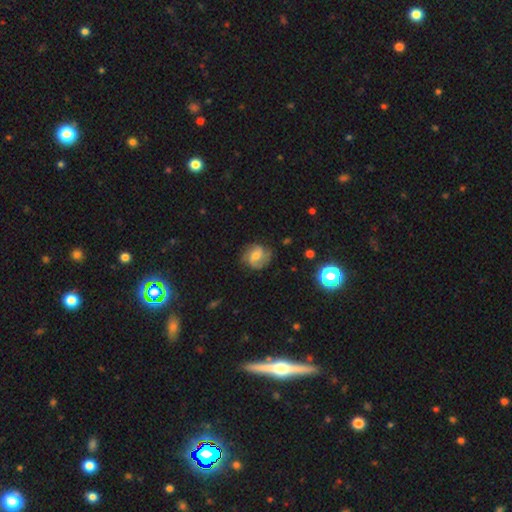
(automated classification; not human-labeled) Smooth or featured? featured or disk (65%)
Edge-on disk? no (97%)
Bar? weak (46%)
Spiral arms? yes (91%)
Spiral winding? medium (45%)
Spiral arm count? 2 (63%)
Bulge size? moderate (53%)
Merging? none (72%)